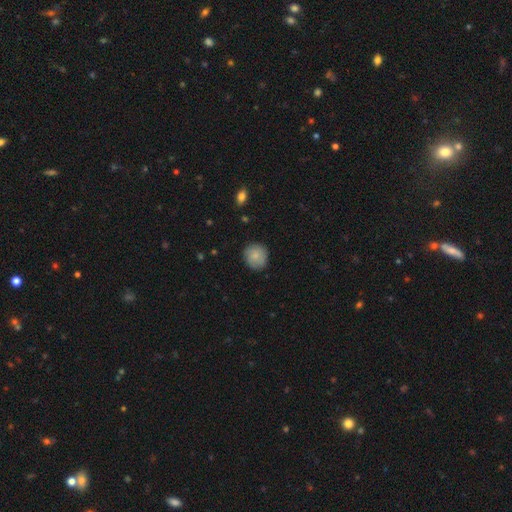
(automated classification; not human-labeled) This is clearly a smooth galaxy (83%). How rounded: clearly round (88%). Merging: clearly none (83%).